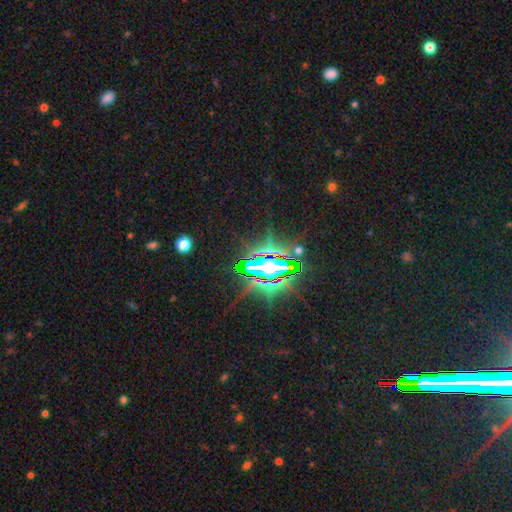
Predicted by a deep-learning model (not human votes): Smooth or featured? star or artifact (82%)